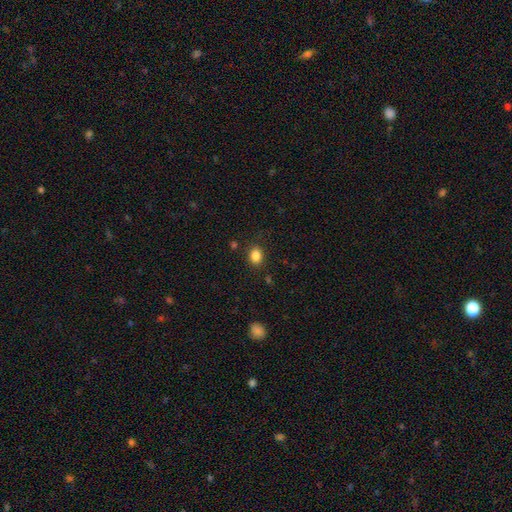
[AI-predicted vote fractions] smooth 86%, star or artifact 10%, featured or disk 4%. Down the decision tree: how rounded — in between (61%); merging — none (85%).